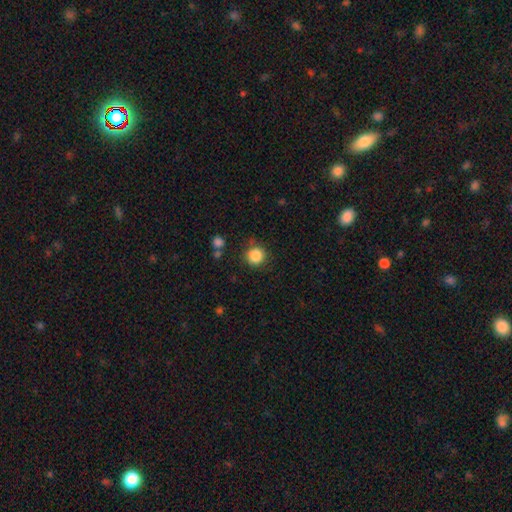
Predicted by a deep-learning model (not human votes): Smooth or featured? smooth (86%)
How rounded? round (93%)
Merging? none (82%)